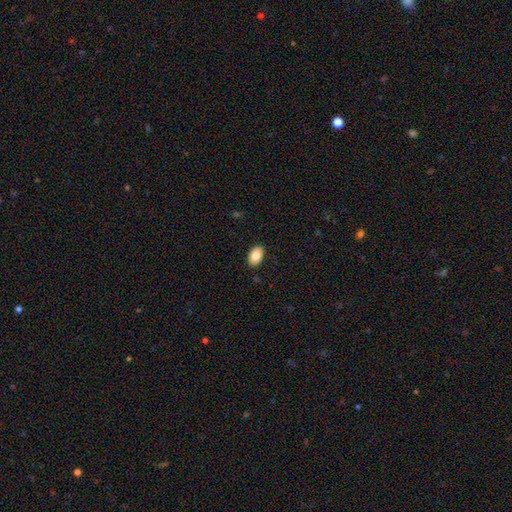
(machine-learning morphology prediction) smooth 84%, featured or disk 8%, star or artifact 7%. Down the decision tree: how rounded — in between (91%); merging — none (89%).